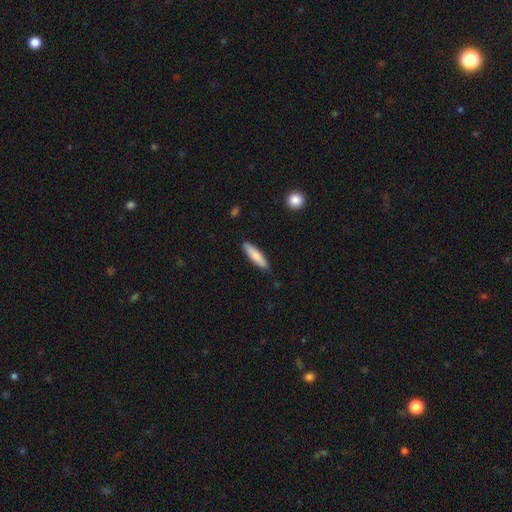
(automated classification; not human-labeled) Smooth or featured?
  - smooth: 77% *
  - featured or disk: 18%
  - star or artifact: 5%
How rounded?
  - cigar-shaped: 73% *
  - in between: 25%
  - round: 2%
Merging?
  - none: 86% *
  - minor disturbance: 11%
  - major disturbance: 2%
  - merger: 1%